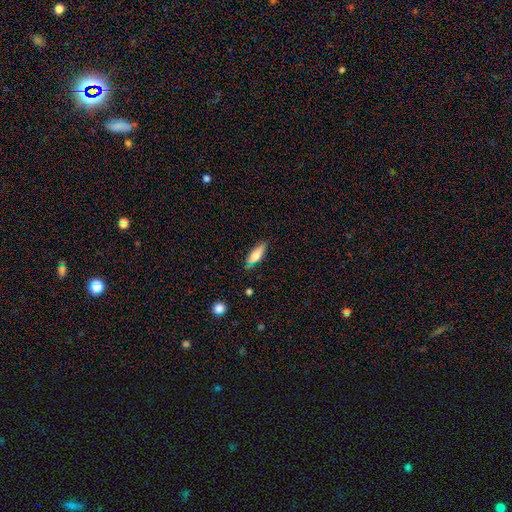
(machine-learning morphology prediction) smooth_or_featured: smooth (p=0.72) [alt: featured or disk p=0.21]
how_rounded: in between (p=0.57) [alt: cigar-shaped p=0.41]
merging: none (p=0.74) [alt: minor disturbance p=0.20]